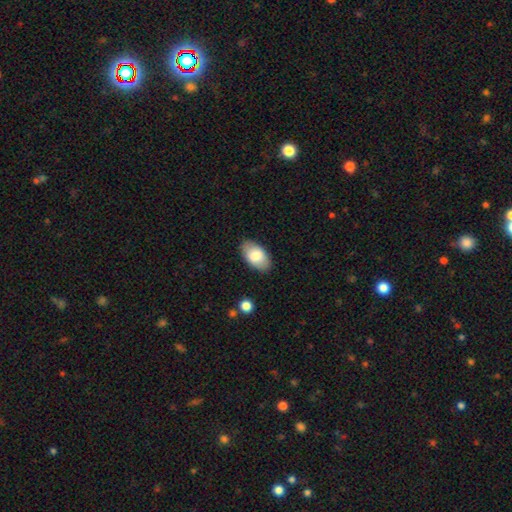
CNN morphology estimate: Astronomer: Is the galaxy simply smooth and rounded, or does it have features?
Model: smooth — 79%.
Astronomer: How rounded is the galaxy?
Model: in between — 95%.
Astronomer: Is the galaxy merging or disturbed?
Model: none — 86%.